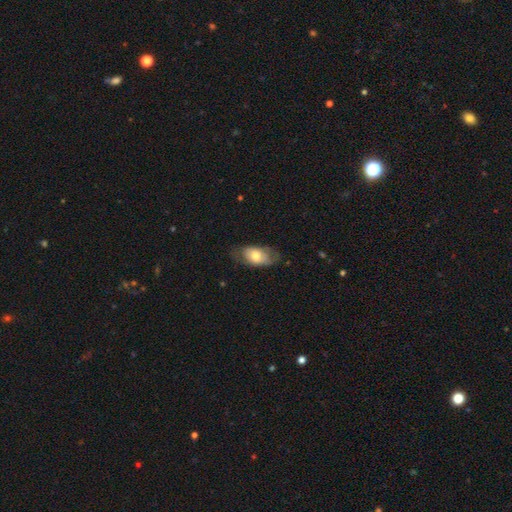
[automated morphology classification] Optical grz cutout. It shows a smooth galaxy with no disk features (65%) that is in between round and cigar-shaped (90%). Merging: none (60%).